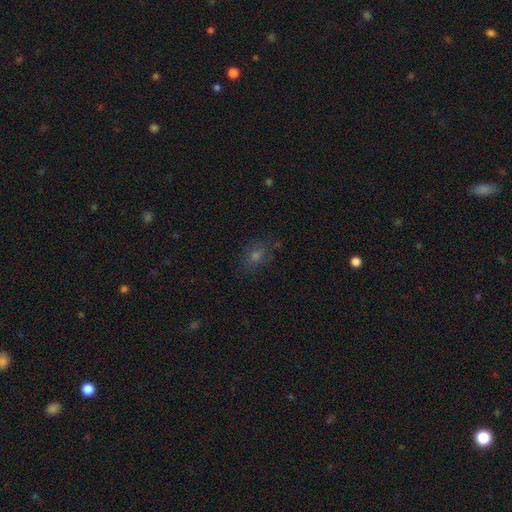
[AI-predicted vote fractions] Morphology: type=smooth (55%); roundness=in between (52%); merging=none (80%).